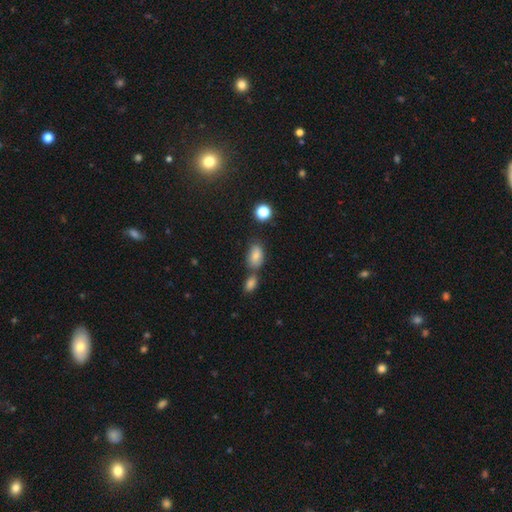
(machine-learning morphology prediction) Smooth or featured? Predicted: smooth (p=0.81). How rounded? Predicted: in between (p=0.89). Merging? Predicted: none (p=0.55).